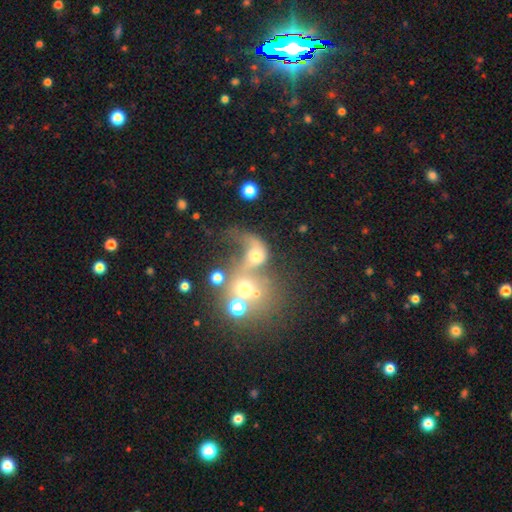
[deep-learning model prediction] This is possibly a smooth galaxy (47%). Merging: possibly merger (59%).